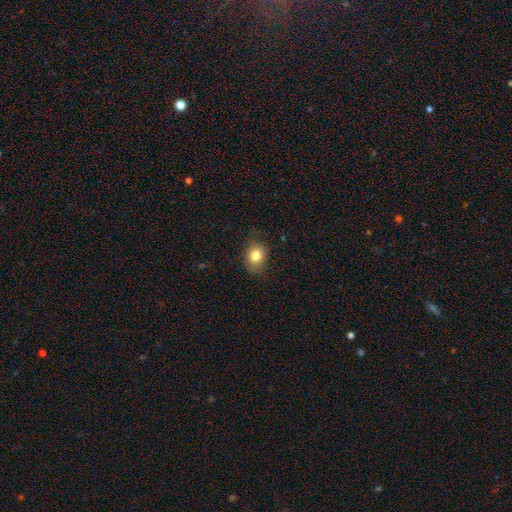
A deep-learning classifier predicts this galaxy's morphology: Smooth or featured? smooth (81%)
How rounded? round (55%)
Merging? none (80%)